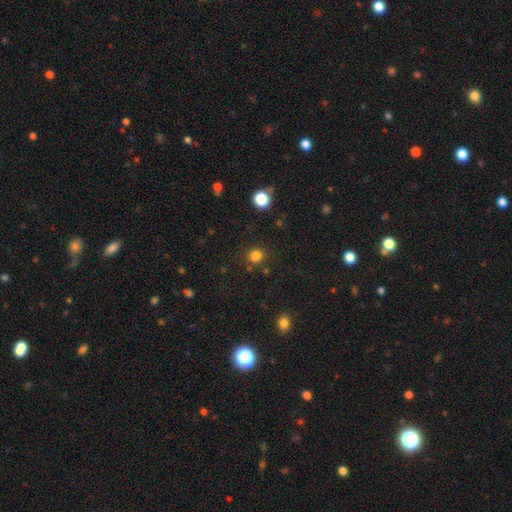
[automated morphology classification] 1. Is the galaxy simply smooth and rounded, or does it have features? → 81% smooth, 16% star or artifact, 4% featured or disk.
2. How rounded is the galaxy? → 88% round, 11% in between, 1% cigar-shaped.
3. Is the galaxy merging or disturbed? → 85% none, 8% minor disturbance, 4% merger, 3% major disturbance.